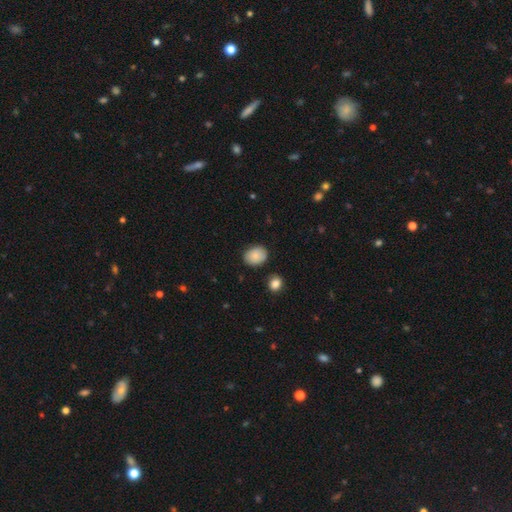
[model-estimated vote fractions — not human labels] This is clearly a smooth galaxy (86%). How rounded: possibly in between (55%). Merging: clearly none (82%).